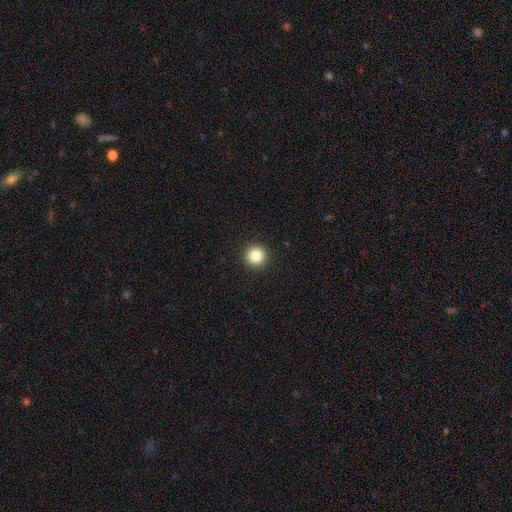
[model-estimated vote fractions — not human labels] Smooth or featured? Predicted: smooth (p=0.84). How rounded? Predicted: round (p=0.95). Merging? Predicted: none (p=0.93).